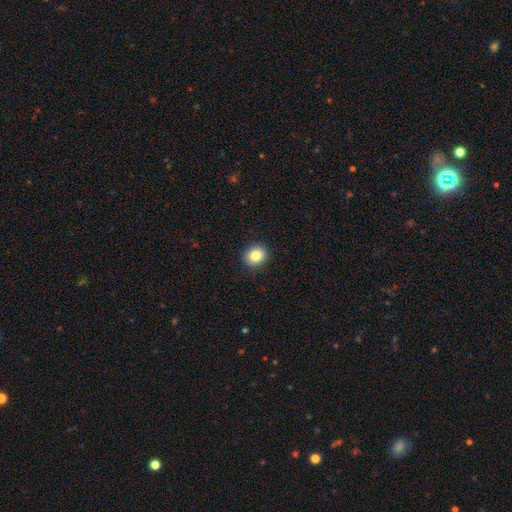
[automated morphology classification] Overall: smooth (84%). How rounded: round (69%; in between 30%). Merging: none (91%).